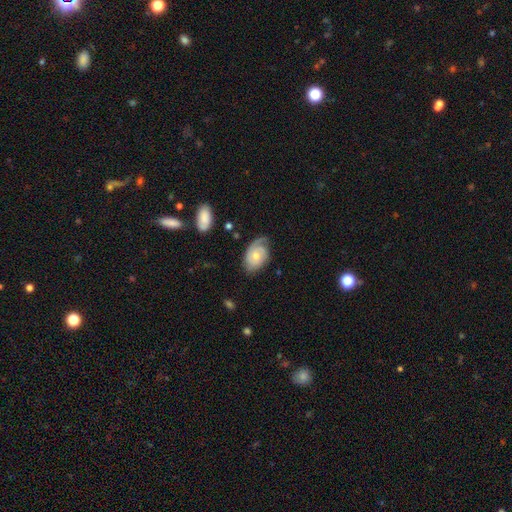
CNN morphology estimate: featured or disk 63%, smooth 30%, star or artifact 6%. Down the decision tree: edge-on disk — no (95%); bar — no (77%); spiral arms — yes (88%); spiral arm count — 1 (45%); spiral winding — tight (58%); bulge size — moderate (51%); merging — none (58%).